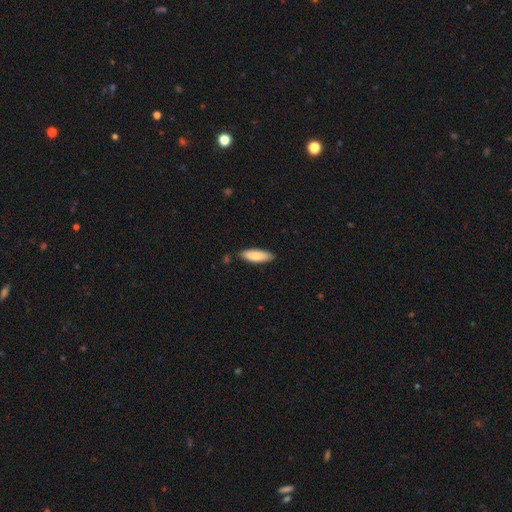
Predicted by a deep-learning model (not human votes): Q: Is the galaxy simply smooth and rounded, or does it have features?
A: smooth — 83%.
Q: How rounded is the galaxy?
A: in between — 55%.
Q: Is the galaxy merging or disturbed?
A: none — 84%.